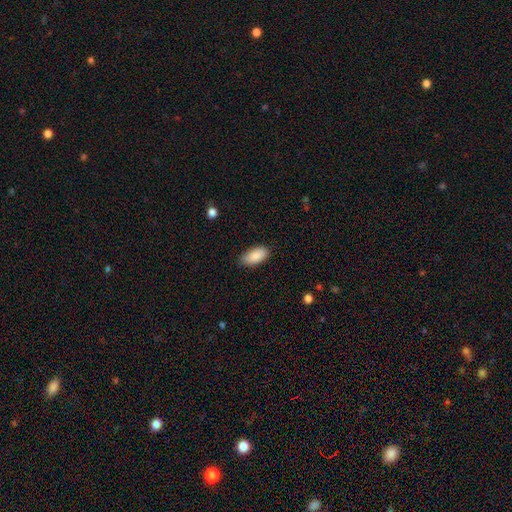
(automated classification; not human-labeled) smooth 90%, star or artifact 6%, featured or disk 4%. Down the decision tree: how rounded — in between (92%); merging — none (82%).